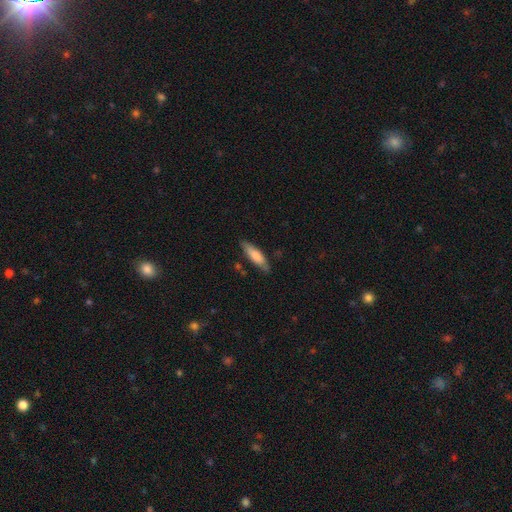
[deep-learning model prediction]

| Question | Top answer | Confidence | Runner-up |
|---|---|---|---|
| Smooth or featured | smooth | 74% | featured or disk (20%) |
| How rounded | cigar-shaped | 63% | in between (35%) |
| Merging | none | 78% | minor disturbance (17%) |